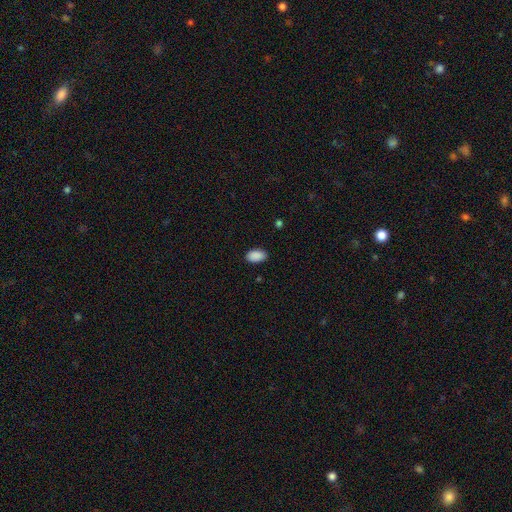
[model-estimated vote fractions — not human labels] smooth_or_featured: smooth (p=0.90) [alt: star or artifact p=0.07]
how_rounded: in between (p=0.93) [alt: round p=0.05]
merging: none (p=0.87) [alt: minor disturbance p=0.10]